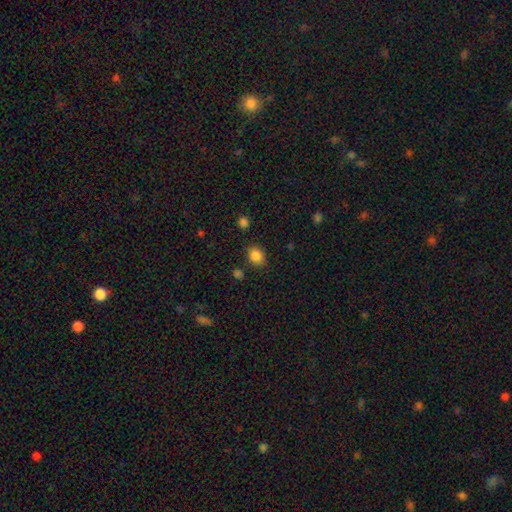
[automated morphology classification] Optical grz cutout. It shows a smooth galaxy with no disk features (85%) that is round (50%). Merging: none (79%).